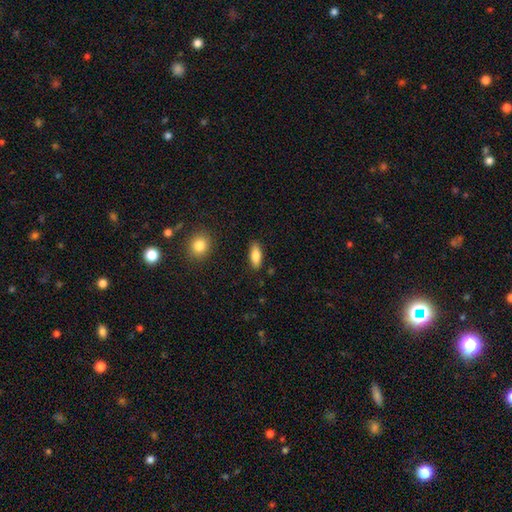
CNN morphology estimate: Smooth or featured? Predicted: smooth (p=0.82). How rounded? Predicted: in between (p=0.77). Merging? Predicted: none (p=0.87).